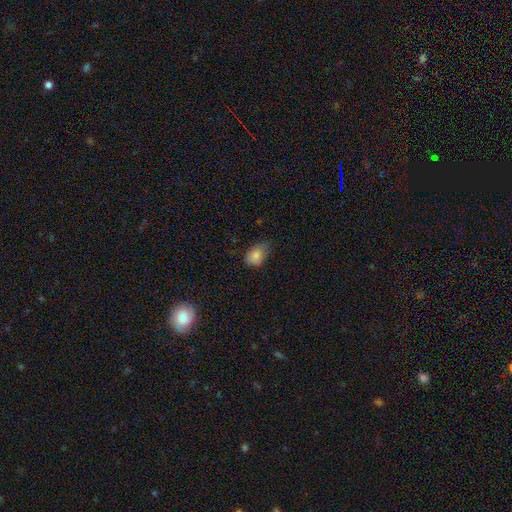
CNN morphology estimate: A smooth galaxy with no disk features (84%) that is in between round and cigar-shaped (80%). Merging: none (52%).